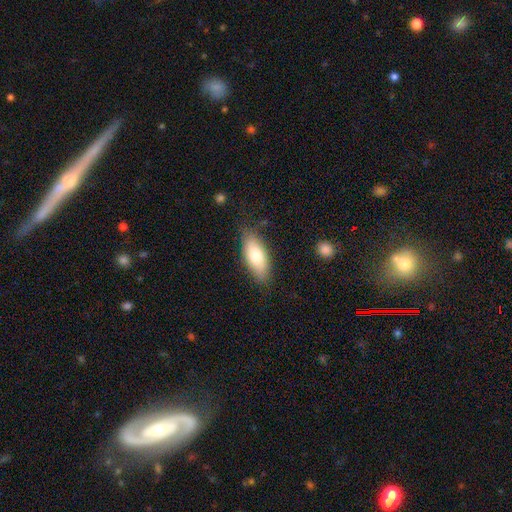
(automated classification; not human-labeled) A smooth galaxy with no disk features (76%) that is in between round and cigar-shaped (81%). Merging: none (79%).